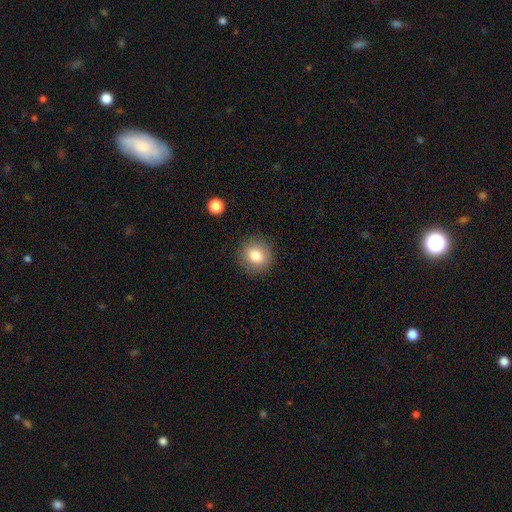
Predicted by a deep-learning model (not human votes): This is clearly a smooth galaxy (82%). How rounded: clearly round (86%). Merging: clearly none (88%).